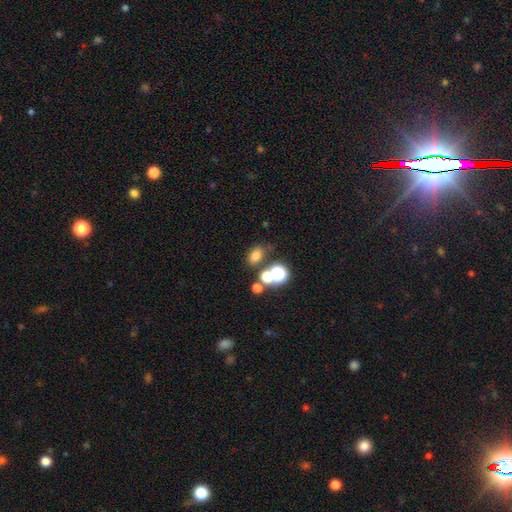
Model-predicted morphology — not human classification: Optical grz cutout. It shows a smooth galaxy with no disk features (72%) that is in between round and cigar-shaped (68%). Merging: none (64%).